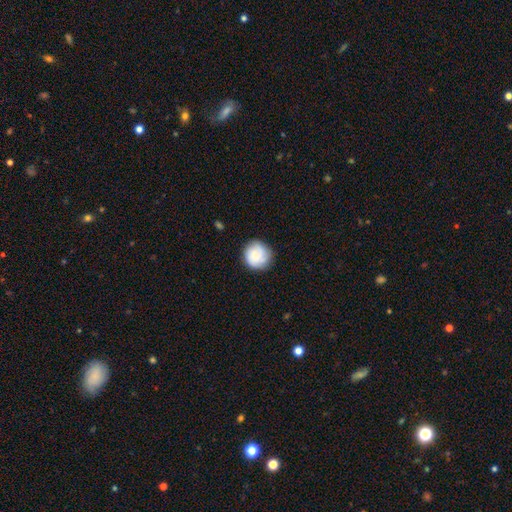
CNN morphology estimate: Smooth or featured? smooth (68%)
How rounded? round (92%)
Merging? none (82%)